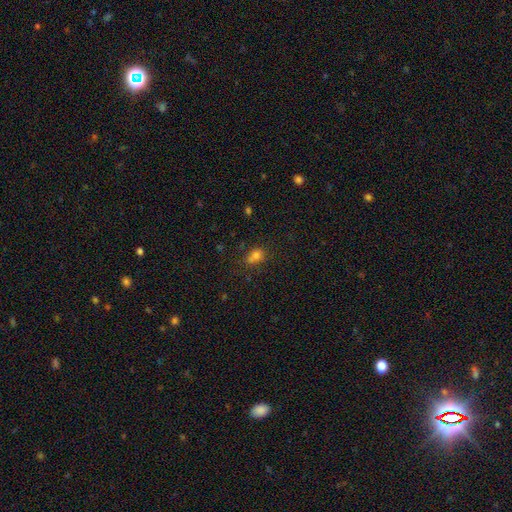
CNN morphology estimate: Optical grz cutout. It shows a smooth galaxy with no disk features (71%) that is round (50%). Merging: none (50%).